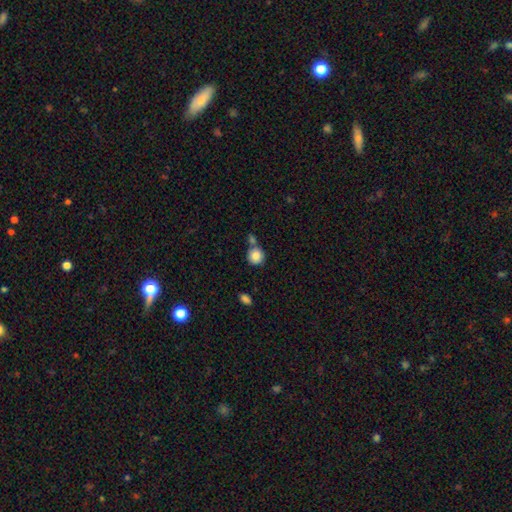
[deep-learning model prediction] Smooth or featured? smooth (85%)
How rounded? round (91%)
Merging? none (58%)